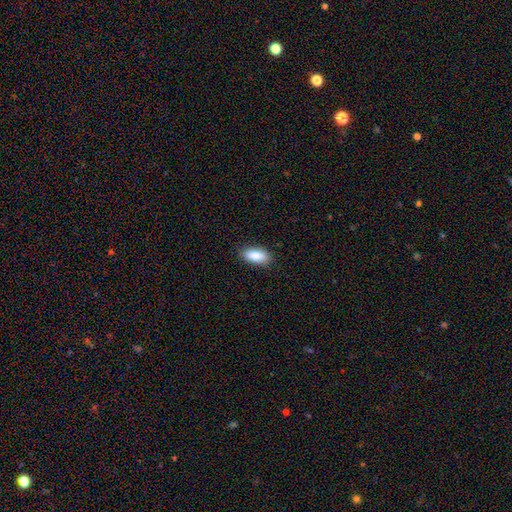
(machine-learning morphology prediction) Smooth or featured? smooth (87%)
How rounded? in between (87%)
Merging? none (87%)